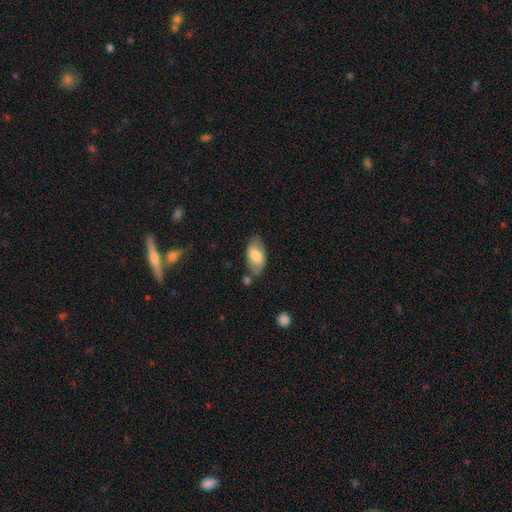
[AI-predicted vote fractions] A smooth galaxy with no disk features (74%) that is in between round and cigar-shaped (94%).

Vote fractions:
- Smooth or featured? smooth: 74% / featured or disk: 19% / star or artifact: 6%
- How rounded? in between: 94% / round: 3% / cigar-shaped: 3%
- Merging? none: 67% / minor disturbance: 20% / merger: 8% / major disturbance: 5%